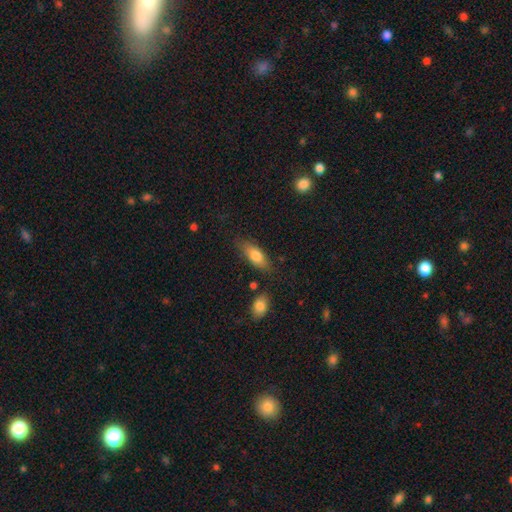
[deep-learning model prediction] A smooth galaxy with no disk features (76%) that is in between round and cigar-shaped (73%). Merging: none (75%).